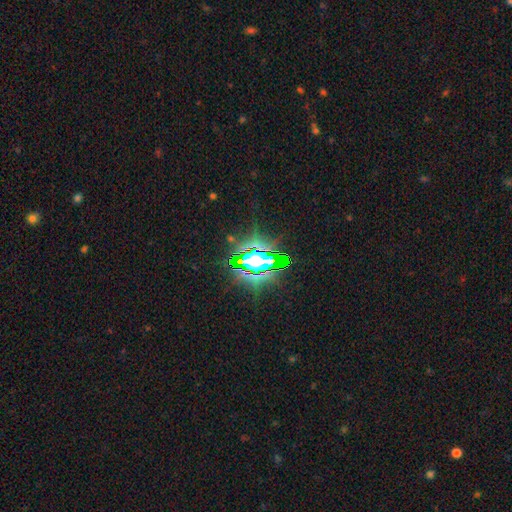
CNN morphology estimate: The model was most divided on "smooth or featured": star or artifact: 78%, featured or disk: 11%, smooth: 10%.